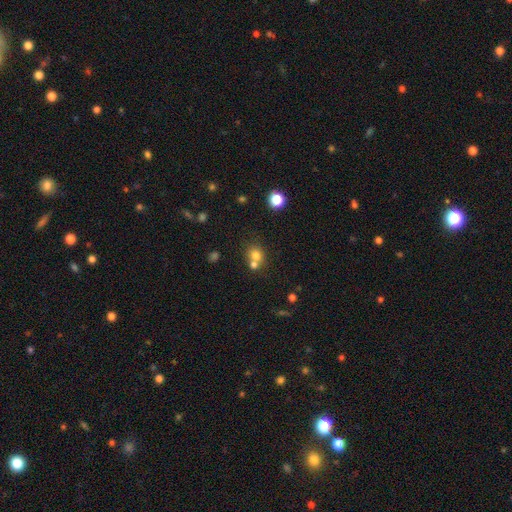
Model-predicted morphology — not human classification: This is likely a smooth galaxy (74%). How rounded: clearly round (81%). Merging: possibly none (48%).